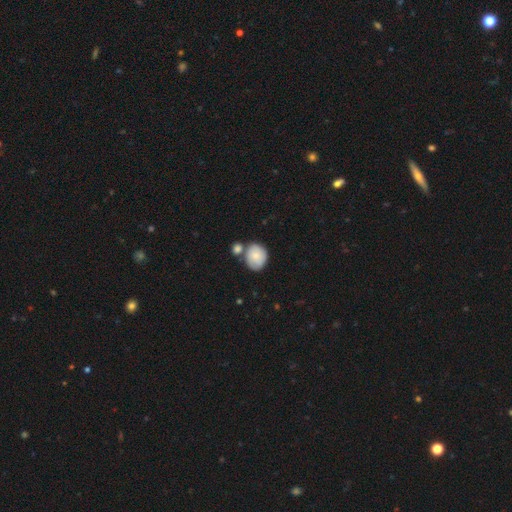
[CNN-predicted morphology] smooth 78%, featured or disk 15%, star or artifact 7%. Down the decision tree: how rounded — round (52%); merging — none (47%).